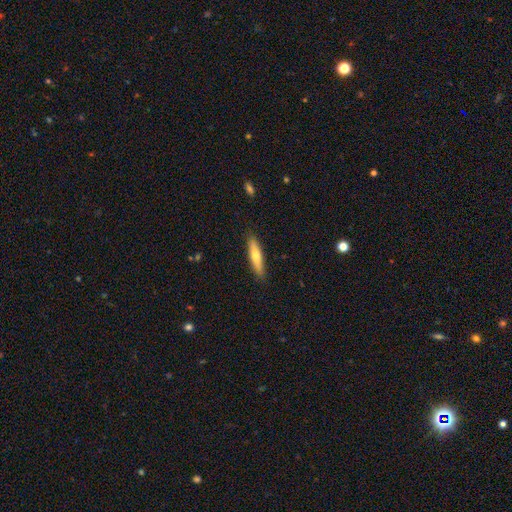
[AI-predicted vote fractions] A smooth galaxy with no disk features (65%) that is cigar-shaped (80%).

Vote fractions:
- Smooth or featured? smooth: 65% / featured or disk: 29% / star or artifact: 6%
- How rounded? cigar-shaped: 80% / in between: 19% / round: 2%
- Merging? none: 88% / minor disturbance: 9% / major disturbance: 2% / merger: 1%